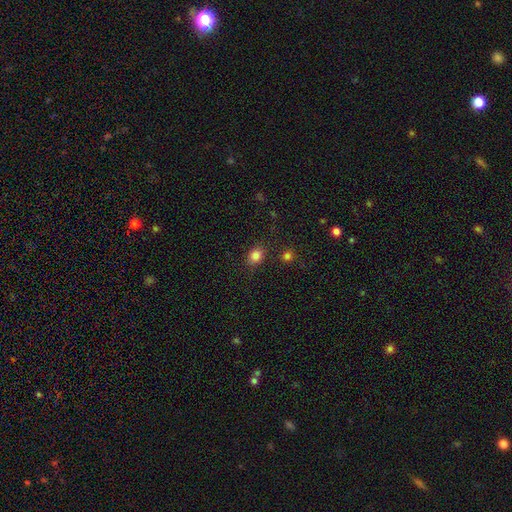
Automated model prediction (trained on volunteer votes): smooth 83%, star or artifact 12%, featured or disk 6%. Down the decision tree: how rounded — in between (51%); merging — none (83%).